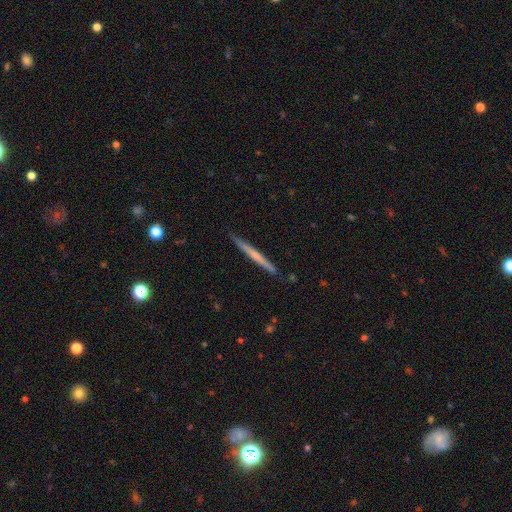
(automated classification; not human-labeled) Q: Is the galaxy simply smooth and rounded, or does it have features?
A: featured or disk — 48%.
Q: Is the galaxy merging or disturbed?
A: none — 90%.